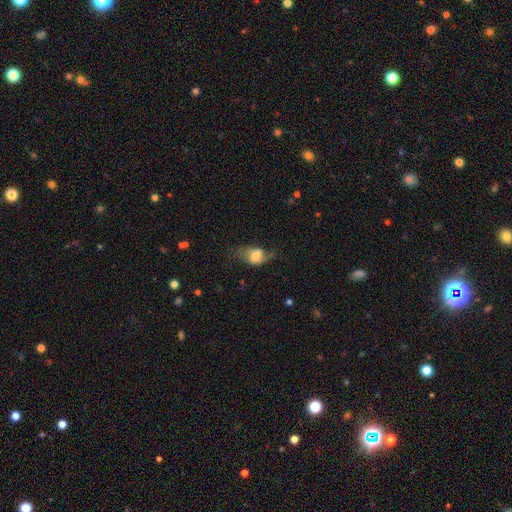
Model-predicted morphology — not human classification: Q: Smooth or featured?
A: smooth (52%); runner-up: featured or disk (40%)
Q: How rounded?
A: in between (73%); runner-up: round (24%)
Q: Merging?
A: none (42%); runner-up: minor disturbance (29%)